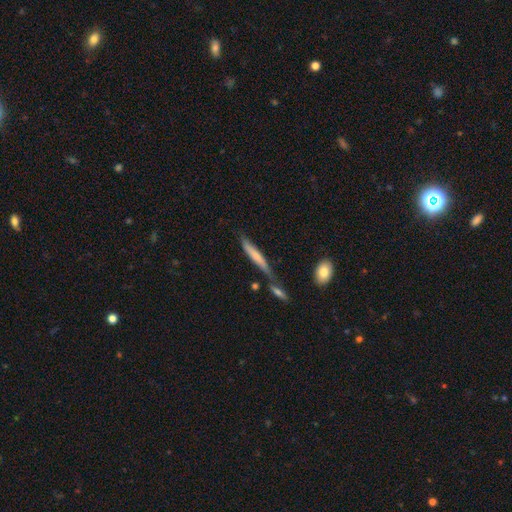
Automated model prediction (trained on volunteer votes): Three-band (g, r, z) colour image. It shows a smooth galaxy with no disk features (61%) that is cigar-shaped (90%). Merging: none (56%).